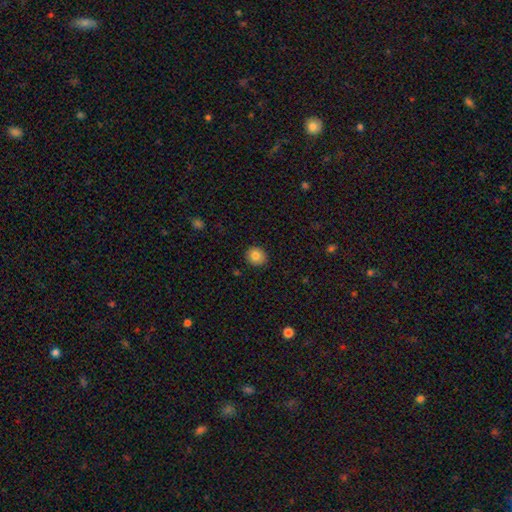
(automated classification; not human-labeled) Morphology: type=smooth (83%); roundness=round (81%); merging=none (89%).